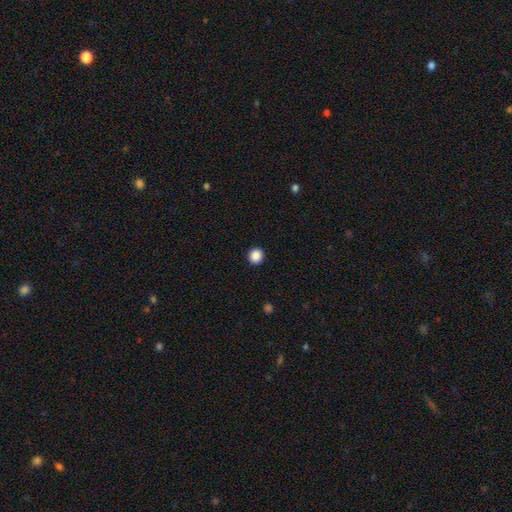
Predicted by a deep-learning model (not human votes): Smooth or featured: smooth — 88% (star or artifact — 10%)
How rounded: round — 93% (in between — 6%)
Merging: none — 93% (minor disturbance — 5%)